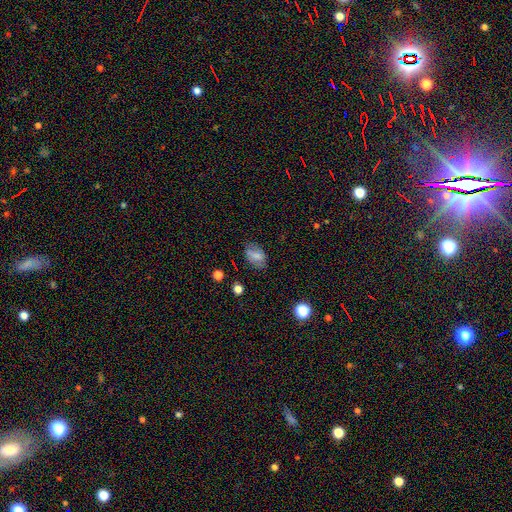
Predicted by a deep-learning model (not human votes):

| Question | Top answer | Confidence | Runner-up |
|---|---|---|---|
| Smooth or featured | smooth | 66% | featured or disk (23%) |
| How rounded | in between | 84% | round (12%) |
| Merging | none | 72% | minor disturbance (19%) |